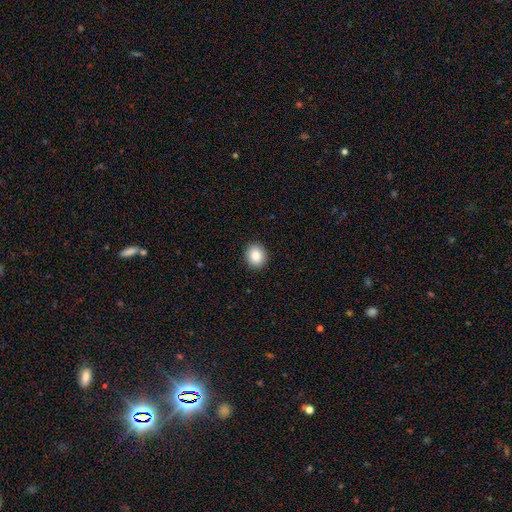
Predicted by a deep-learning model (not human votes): This appears to be a smooth galaxy with no disk features (86%) that is round (77%). Merging: none (92%).